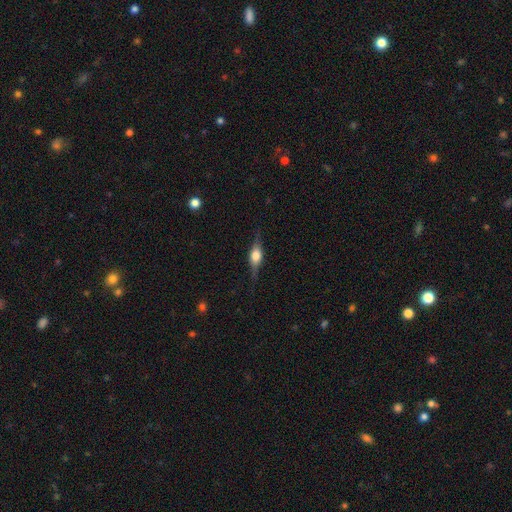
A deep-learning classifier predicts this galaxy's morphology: smooth_or_featured: featured or disk (p=0.65) [alt: smooth p=0.28]
disk_edge_on: yes (p=0.95) [alt: no p=0.05]
edge_on_bulge: rounded (p=0.90) [alt: boxy p=0.08]
merging: none (p=0.82) [alt: minor disturbance p=0.13]